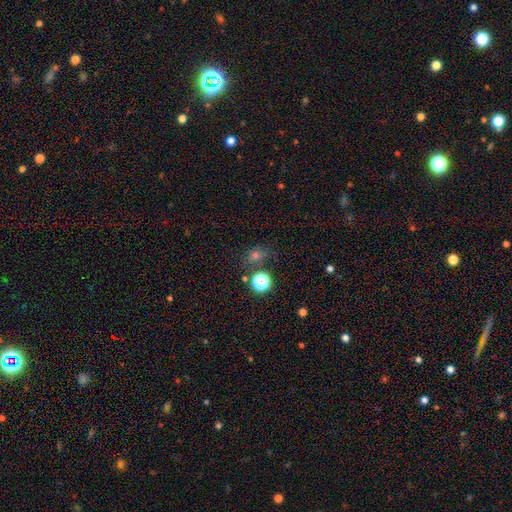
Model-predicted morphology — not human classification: A smooth galaxy with no disk features (46%).

Vote fractions:
- Smooth or featured? smooth: 46% / star or artifact: 43% / featured or disk: 11%
- Merging? none: 72% / minor disturbance: 13% / merger: 8% / major disturbance: 7%